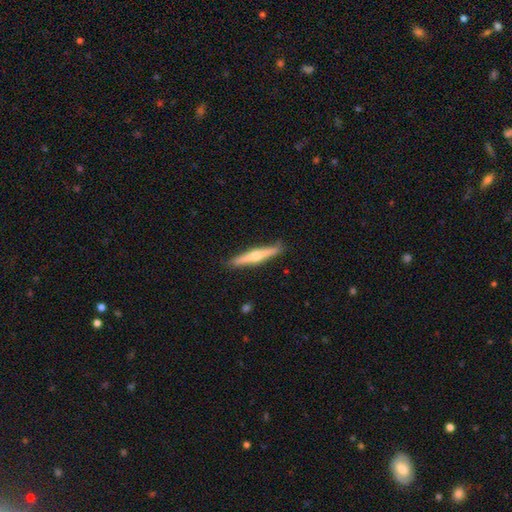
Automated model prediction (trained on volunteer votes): A featured or disk galaxy (59%) viewed edge-on (97%) with a rounded central bulge (88%).

Vote fractions:
- Smooth or featured? featured or disk: 59% / smooth: 36% / star or artifact: 5%
- Edge-on disk? yes: 97% / no: 3%
- Edge-on bulge? rounded: 88% / none: 9% / boxy: 4%
- Merging? none: 90% / minor disturbance: 7% / major disturbance: 1% / merger: 1%